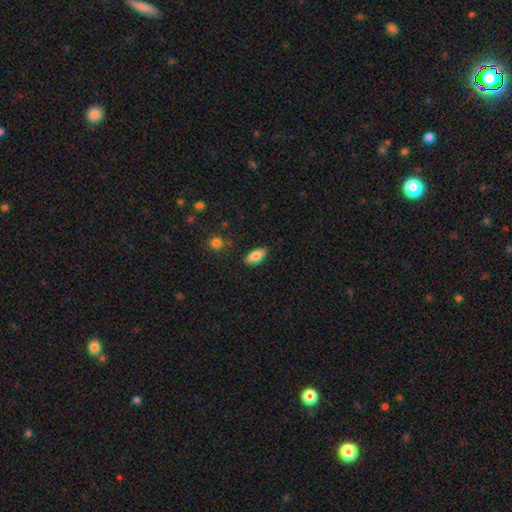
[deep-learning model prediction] smooth_or_featured: smooth (p=0.81) [alt: featured or disk p=0.12]
how_rounded: in between (p=0.86) [alt: cigar-shaped p=0.12]
merging: none (p=0.85) [alt: minor disturbance p=0.11]